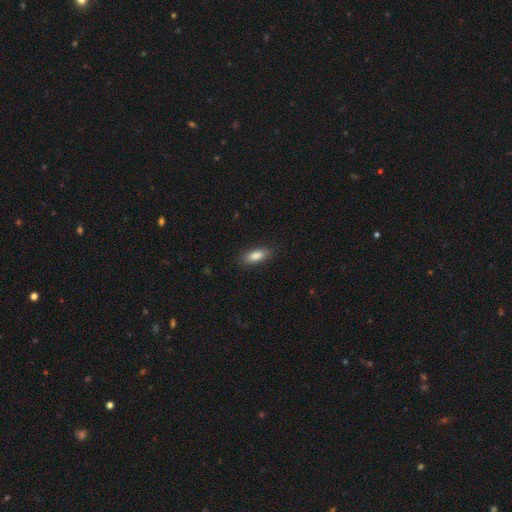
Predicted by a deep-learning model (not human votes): Smooth or featured? smooth (86%)
How rounded? in between (73%)
Merging? none (87%)